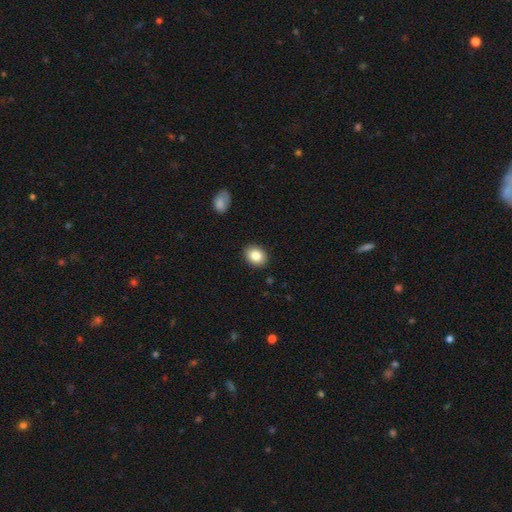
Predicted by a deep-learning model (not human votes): The model was most divided on "how rounded": in between: 50%, round: 49%, cigar-shaped: 1%. More confident: merging — none (90%); smooth or featured — smooth (84%).